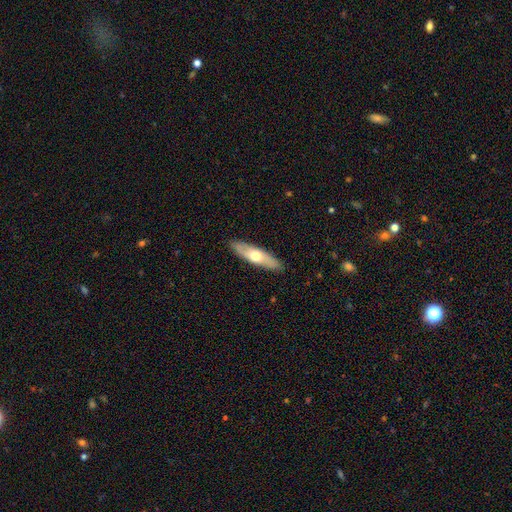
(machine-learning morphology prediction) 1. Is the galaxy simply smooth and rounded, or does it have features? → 53% smooth, 42% featured or disk, 5% star or artifact.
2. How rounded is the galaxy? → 67% cigar-shaped, 31% in between, 2% round.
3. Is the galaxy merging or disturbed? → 88% none, 9% minor disturbance, 2% major disturbance, 1% merger.